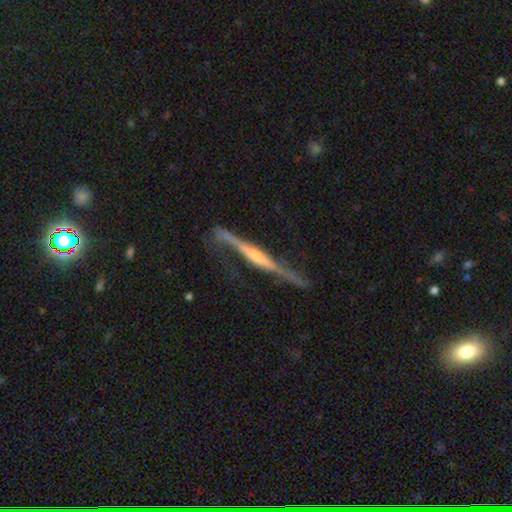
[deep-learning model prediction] The model was most divided on "edge-on bulge": rounded: 66%, none: 21%, boxy: 13%. More confident: edge-on disk — yes (94%); smooth or featured — featured or disk (83%); merging — none (72%).